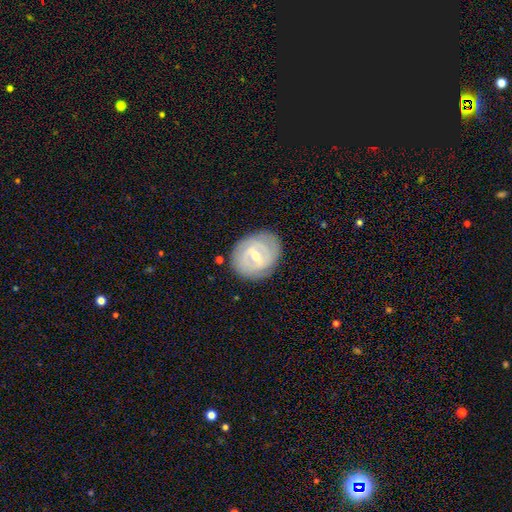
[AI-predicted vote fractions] Overall: featured or disk (76%). Edge-on disk: no (96%). Bar: weak (51%; strong 37%). Spiral arms: yes (78%). Spiral arm count: 2 (53%; can't tell 29%). Spiral winding: tight (64%; medium 28%). Bulge size: moderate (51%; small 45%). Merging: none (80%).